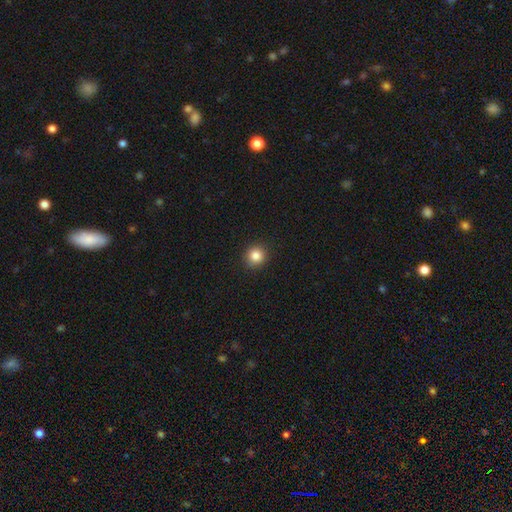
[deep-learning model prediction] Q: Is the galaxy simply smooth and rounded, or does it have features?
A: smooth — 85%.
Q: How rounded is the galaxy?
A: round — 93%.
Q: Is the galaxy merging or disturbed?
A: none — 92%.